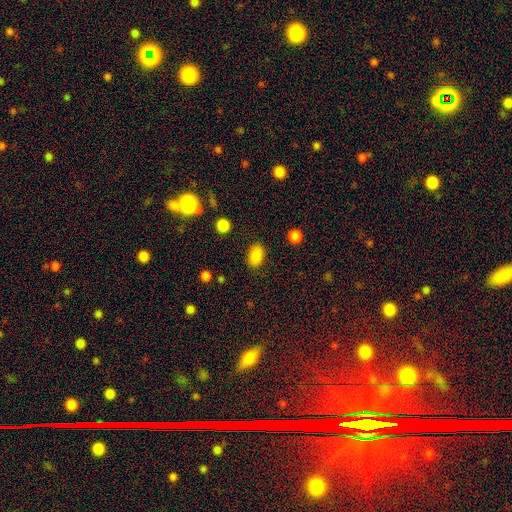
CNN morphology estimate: A smooth galaxy with no disk features (85%) that is in between round and cigar-shaped (84%). Merging: none (84%).